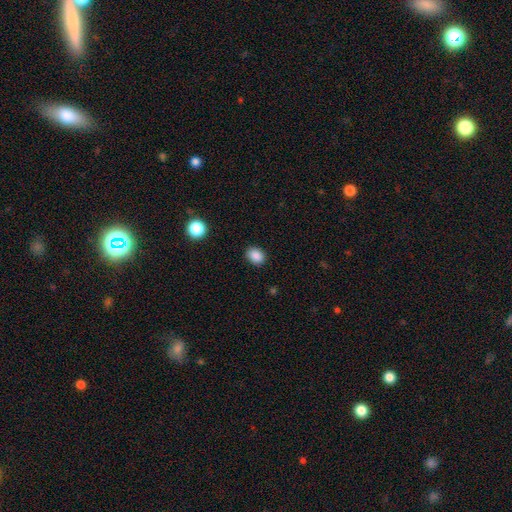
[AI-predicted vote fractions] smooth 87%, star or artifact 10%, featured or disk 3%. Down the decision tree: how rounded — in between (56%); merging — none (88%).